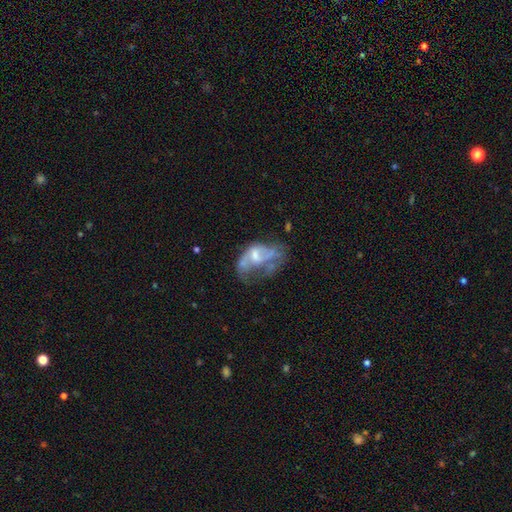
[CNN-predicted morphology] This appears to be a featured or disk galaxy (62%) with no bar (66%), no spiral arms (65%) and a moderate central bulge (37%). Merging: major disturbance (44%).